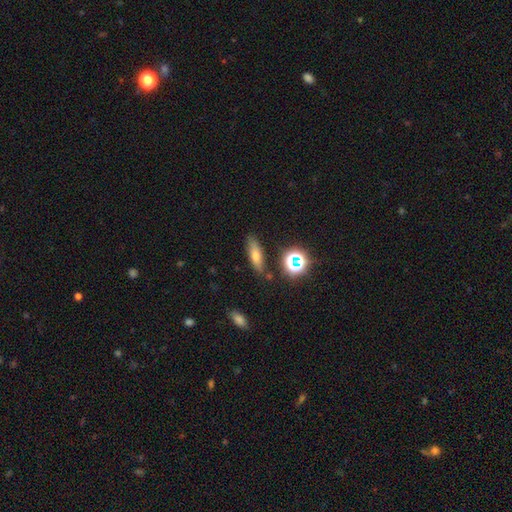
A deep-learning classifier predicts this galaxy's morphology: The model was most divided on "how rounded": cigar-shaped: 52%, in between: 40%, round: 8%. More confident: merging — none (83%); smooth or featured — smooth (60%).